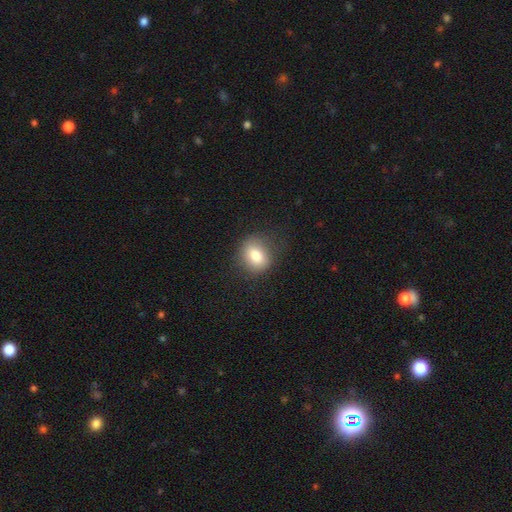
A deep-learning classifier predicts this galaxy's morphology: Smooth or featured? Predicted: smooth (p=0.80). How rounded? Predicted: round (p=0.58). Merging? Predicted: none (p=0.80).